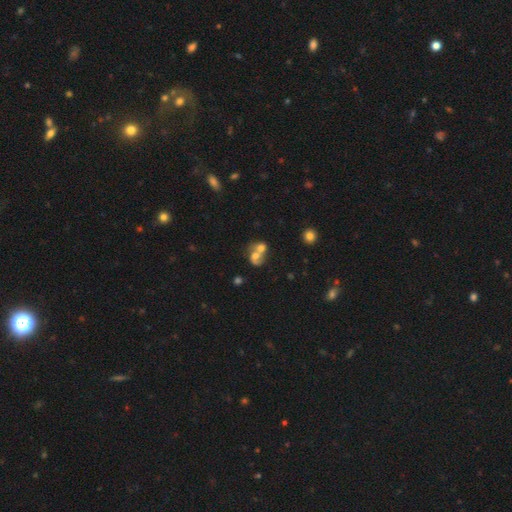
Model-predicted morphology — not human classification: This appears to be a smooth galaxy with no disk features (48%). Merging: merger (70%).